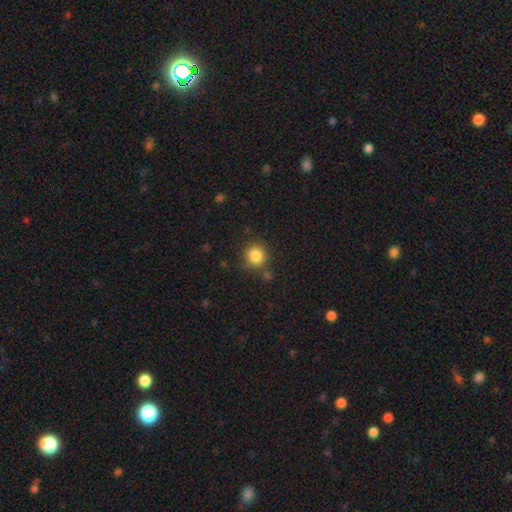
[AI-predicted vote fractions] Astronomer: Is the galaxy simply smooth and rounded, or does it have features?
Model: smooth — 85%.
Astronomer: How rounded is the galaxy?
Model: round — 90%.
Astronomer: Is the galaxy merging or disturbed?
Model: none — 79%.